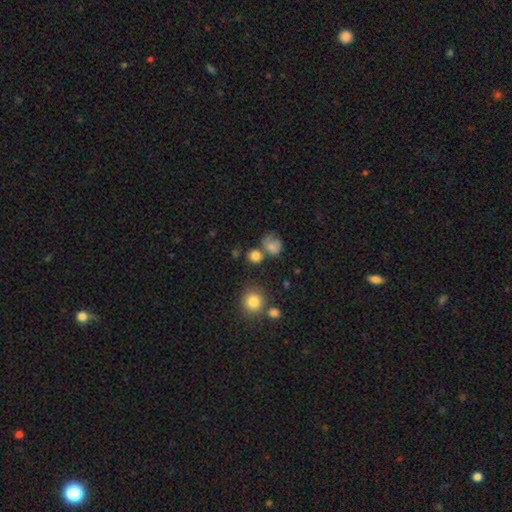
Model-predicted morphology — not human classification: This is clearly a smooth galaxy (80%). How rounded: clearly round (81%). Merging: likely none (64%).